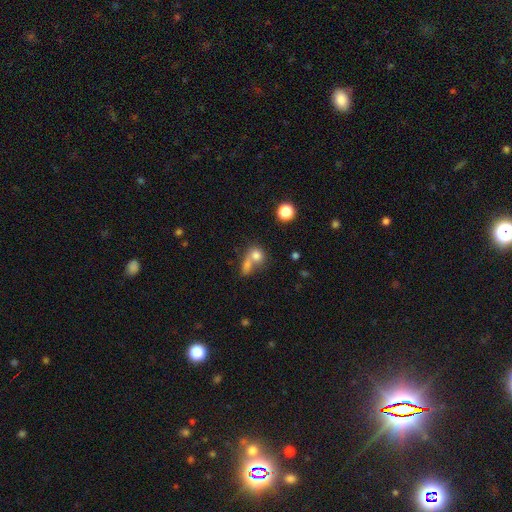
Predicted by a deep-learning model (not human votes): smooth-or-featured: smooth: 76% | featured or disk: 12% | star or artifact: 12%
  how-rounded: round: 67% | in between: 31% | cigar-shaped: 2%
  merging: merger: 57% | none: 30% | minor disturbance: 8% | major disturbance: 6%